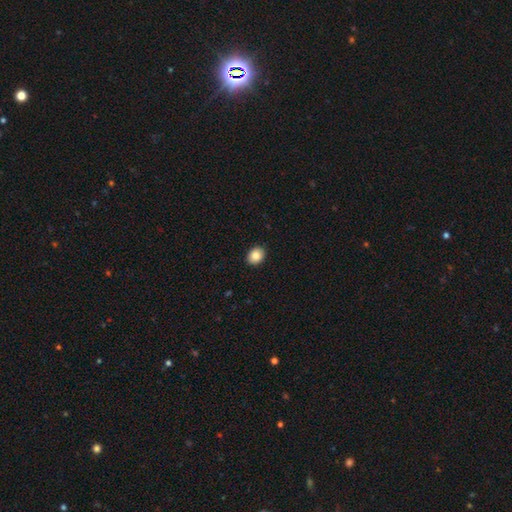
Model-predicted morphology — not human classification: This appears to be a smooth galaxy with no disk features (85%) that is in between round and cigar-shaped (52%). Merging: none (91%).